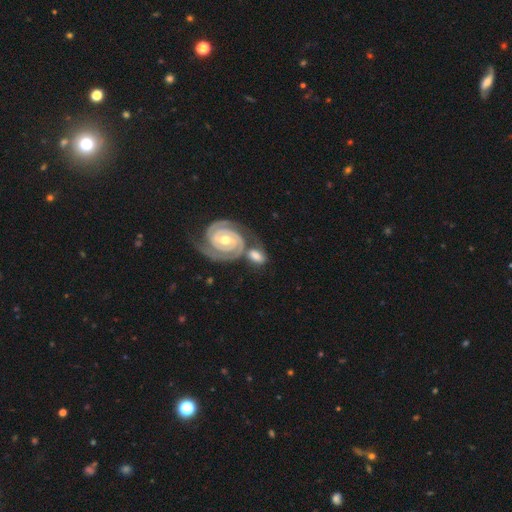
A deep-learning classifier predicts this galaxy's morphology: This is likely a featured or disk galaxy (69%). It is clearly not viewed edge-on (95%). Bar: marginally weak (37%). Spiral arm pattern: clearly yes (95%). Spiral arm count: clearly 2 (81%). Spiral winding: likely tight (76%). Central bulge: likely moderate (63%). Merging: marginally none (41%).